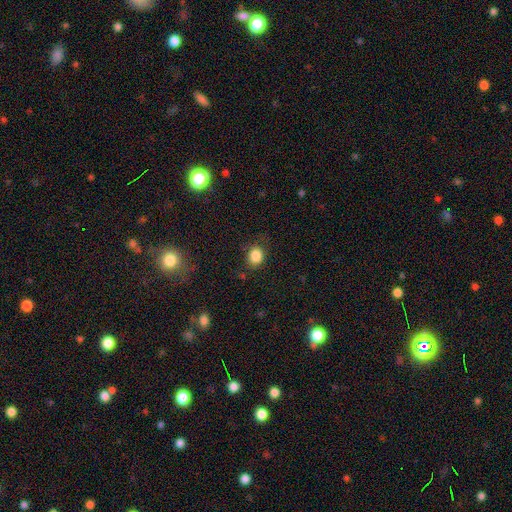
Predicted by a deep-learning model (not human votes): Q: Smooth or featured?
A: smooth (85%); runner-up: star or artifact (10%)
Q: How rounded?
A: round (60%); runner-up: in between (39%)
Q: Merging?
A: none (76%); runner-up: minor disturbance (16%)